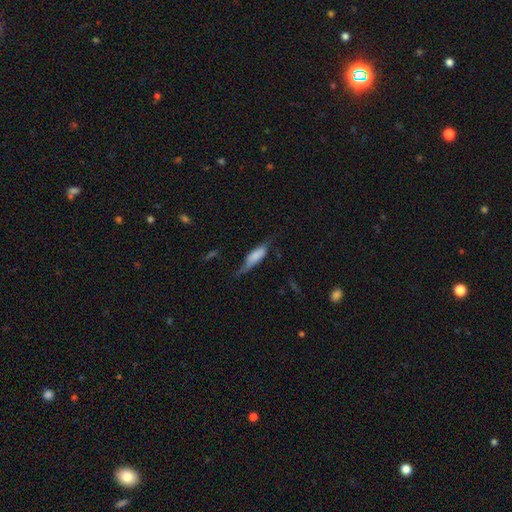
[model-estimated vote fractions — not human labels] Overall: smooth (58%; featured or disk 35%). How rounded: in between (51%; cigar-shaped 46%). Merging: none (44%; minor disturbance 33%).